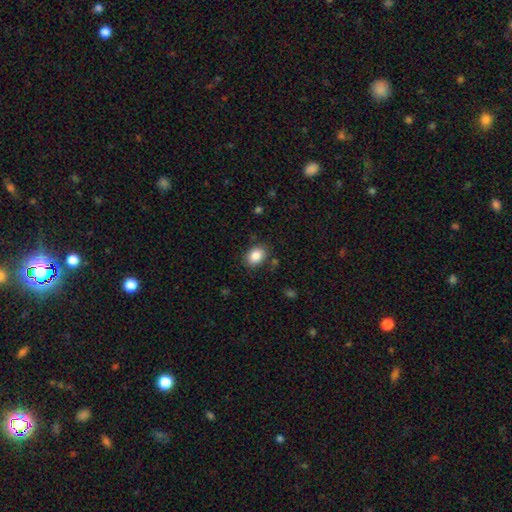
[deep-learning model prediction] Morphology: type=smooth (86%); roundness=in between (71%); merging=none (83%).